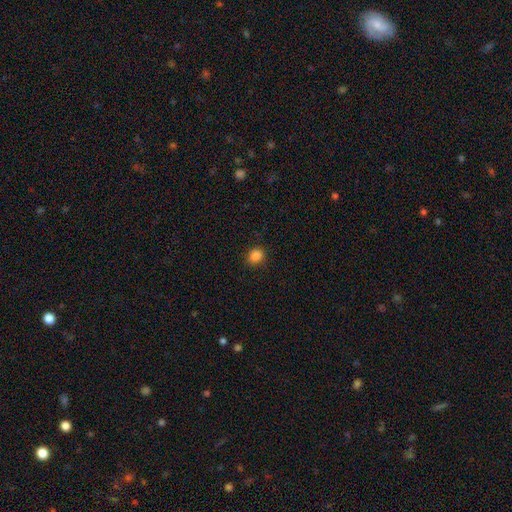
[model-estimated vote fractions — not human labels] Smooth or featured?
  - smooth: 85% *
  - star or artifact: 12%
  - featured or disk: 3%
How rounded?
  - round: 64% *
  - in between: 35%
  - cigar-shaped: 1%
Merging?
  - none: 88% *
  - minor disturbance: 9%
  - major disturbance: 2%
  - merger: 1%